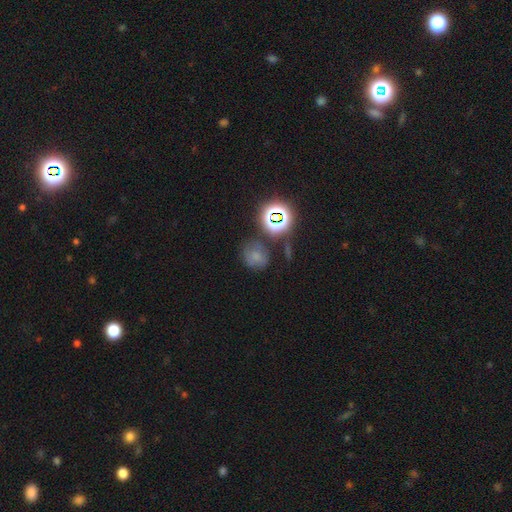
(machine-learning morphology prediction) This is likely a smooth galaxy (60%). How rounded: likely round (78%). Merging: likely none (66%).